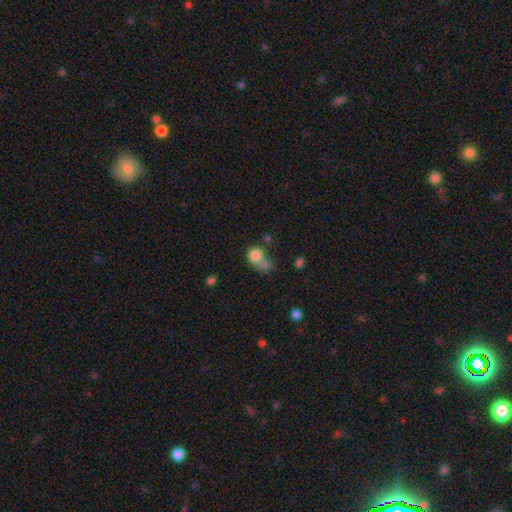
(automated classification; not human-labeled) Q: Smooth or featured?
A: smooth (78%); runner-up: featured or disk (12%)
Q: How rounded?
A: round (61%); runner-up: in between (37%)
Q: Merging?
A: merger (37%); runner-up: none (26%)